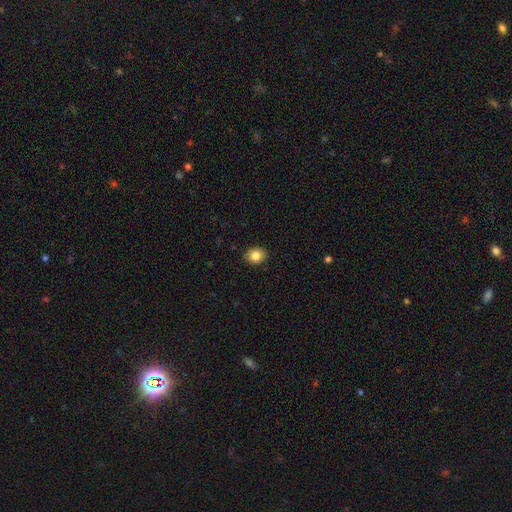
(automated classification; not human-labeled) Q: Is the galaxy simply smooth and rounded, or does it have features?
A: smooth — 85%.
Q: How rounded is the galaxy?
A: round — 61%.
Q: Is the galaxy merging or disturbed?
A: none — 90%.